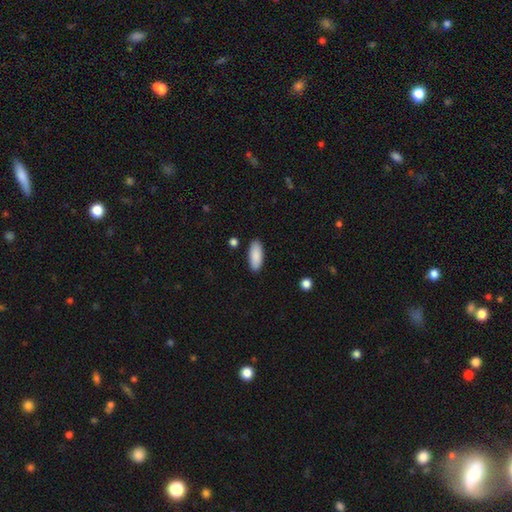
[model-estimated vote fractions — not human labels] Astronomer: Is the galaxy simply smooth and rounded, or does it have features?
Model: smooth — 90%.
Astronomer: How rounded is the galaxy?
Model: in between — 83%.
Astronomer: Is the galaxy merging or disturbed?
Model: none — 88%.